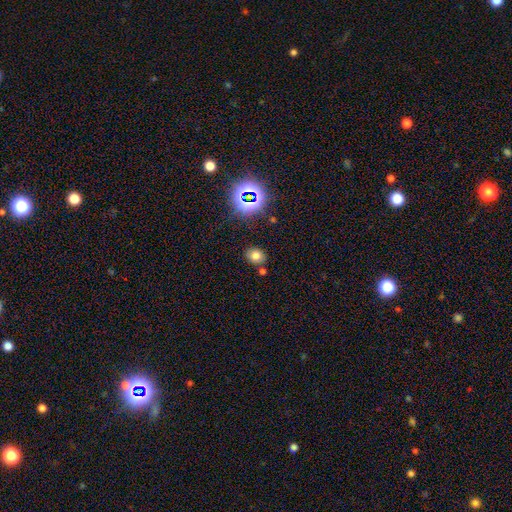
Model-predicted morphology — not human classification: A smooth galaxy with no disk features (70%) that is round (52%).

Vote fractions:
- Smooth or featured? smooth: 70% / star or artifact: 20% / featured or disk: 10%
- How rounded? round: 52% / in between: 47% / cigar-shaped: 1%
- Merging? none: 77% / minor disturbance: 11% / merger: 9% / major disturbance: 3%